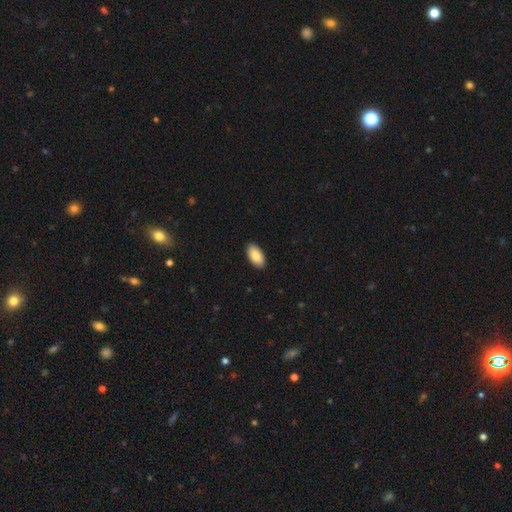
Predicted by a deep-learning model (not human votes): smooth-or-featured: smooth: 89% | star or artifact: 6% | featured or disk: 5%
  how-rounded: in between: 95% | cigar-shaped: 3% | round: 2%
  merging: none: 90% | minor disturbance: 7% | major disturbance: 2% | merger: 1%